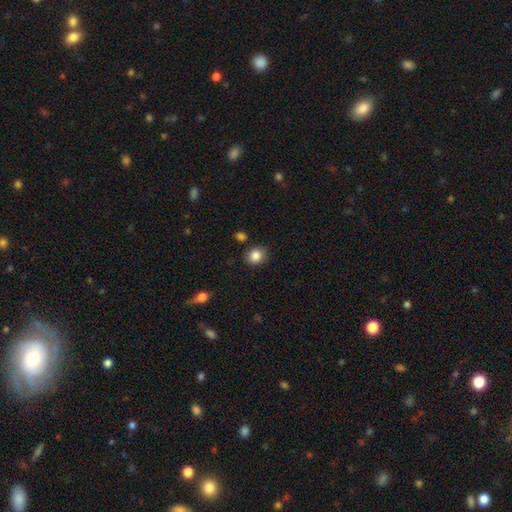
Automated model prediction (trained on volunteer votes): Overall: smooth (85%). How rounded: round (71%). Merging: none (84%).